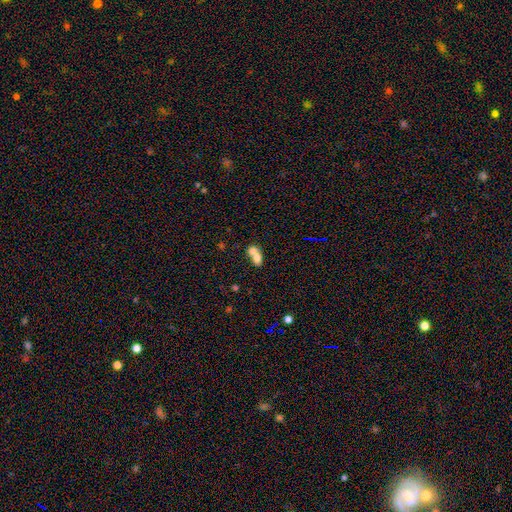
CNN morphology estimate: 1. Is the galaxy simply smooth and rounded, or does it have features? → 70% smooth, 21% featured or disk, 10% star or artifact.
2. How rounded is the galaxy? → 57% in between, 41% round, 2% cigar-shaped.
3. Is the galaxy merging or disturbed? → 75% merger, 18% none, 5% minor disturbance, 3% major disturbance.